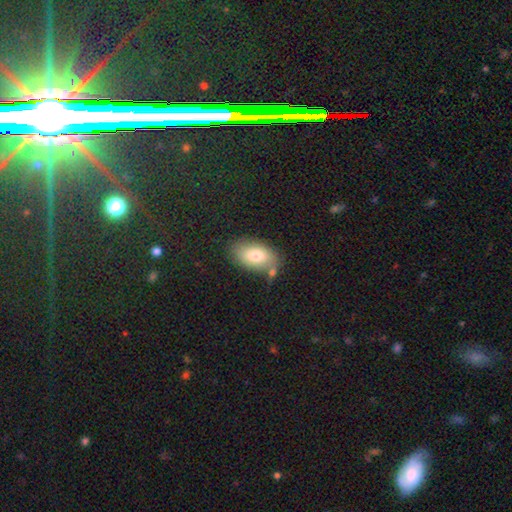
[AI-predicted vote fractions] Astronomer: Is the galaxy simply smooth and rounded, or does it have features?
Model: smooth — 75%.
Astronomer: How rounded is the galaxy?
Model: in between — 90%.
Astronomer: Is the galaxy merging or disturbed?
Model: none — 65%.